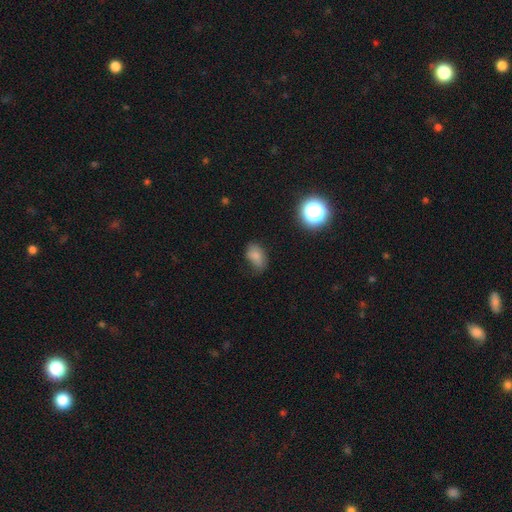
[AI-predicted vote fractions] Morphology: type=smooth (76%); roundness=in between (85%); merging=none (54%).